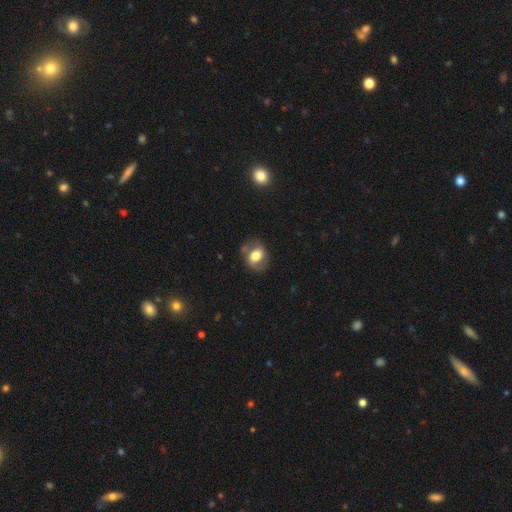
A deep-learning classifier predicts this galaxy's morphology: Smooth or featured? Predicted: smooth (p=0.52). How rounded? Predicted: in between (p=0.57). Merging? Predicted: none (p=0.61).